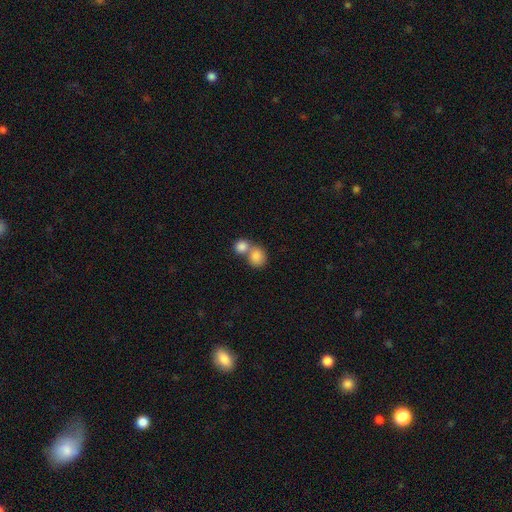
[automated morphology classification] Overall: smooth (84%). How rounded: round (75%). Merging: merger (61%; none 31%).